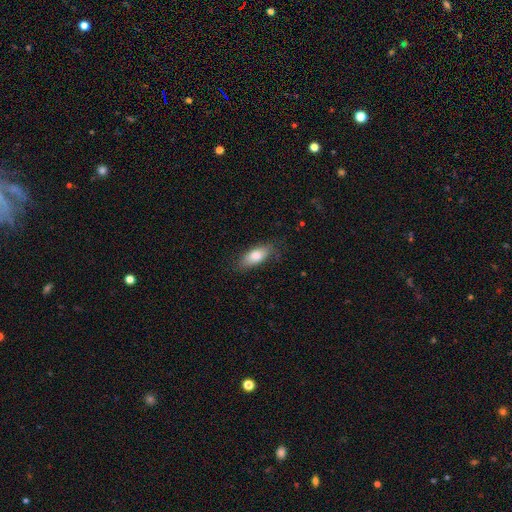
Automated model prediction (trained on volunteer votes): This is clearly a smooth galaxy (81%). How rounded: likely in between (79%). Merging: likely none (79%).